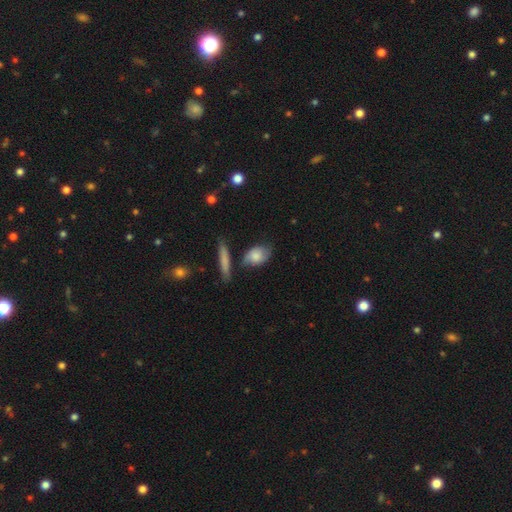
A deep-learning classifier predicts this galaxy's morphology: Overall: smooth (70%). How rounded: in between (77%). Merging: none (60%; minor disturbance 24%).